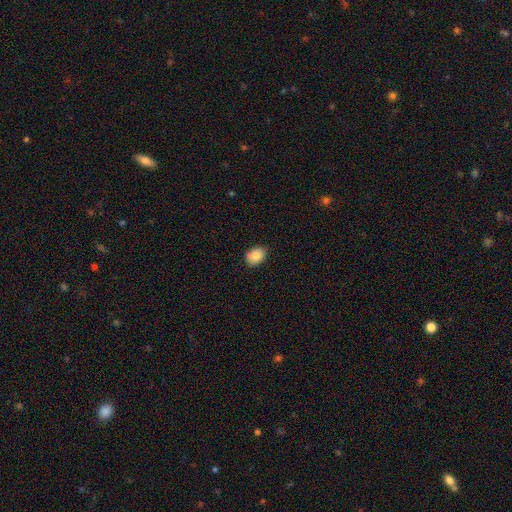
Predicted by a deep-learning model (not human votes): This appears to be a smooth galaxy with no disk features (86%) that is in between round and cigar-shaped (70%). Merging: none (81%).